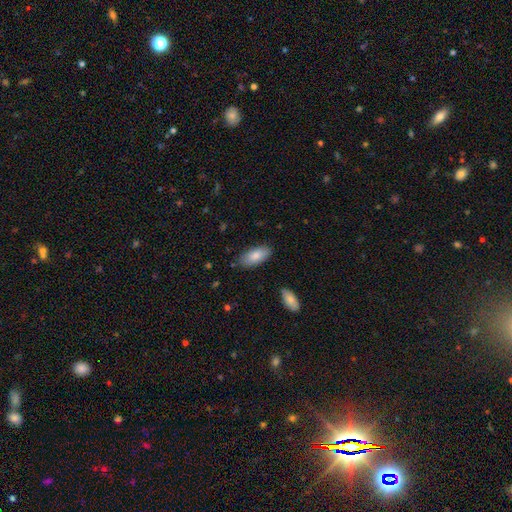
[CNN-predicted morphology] Smooth or featured?
  - smooth: 84% *
  - featured or disk: 10%
  - star or artifact: 6%
How rounded?
  - in between: 89% *
  - cigar-shaped: 9%
  - round: 2%
Merging?
  - none: 82% *
  - minor disturbance: 13%
  - major disturbance: 3%
  - merger: 2%